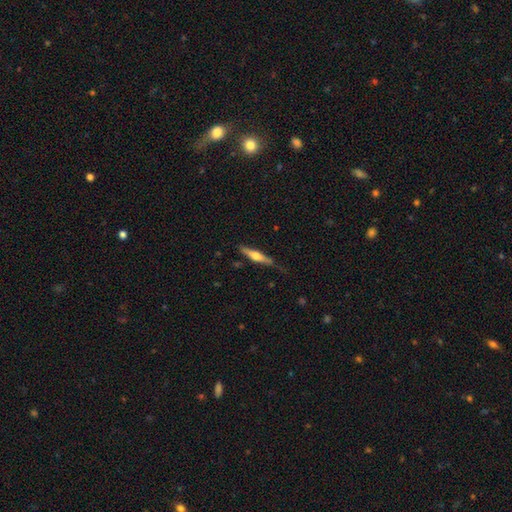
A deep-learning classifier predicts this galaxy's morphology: smooth-or-featured: featured or disk: 59% | smooth: 36% | star or artifact: 5%
  disk-edge-on: yes: 96% | no: 4%
    edge-on-bulge: rounded: 92% | boxy: 4% | none: 4%
  merging: none: 75% | minor disturbance: 19% | major disturbance: 4% | merger: 2%